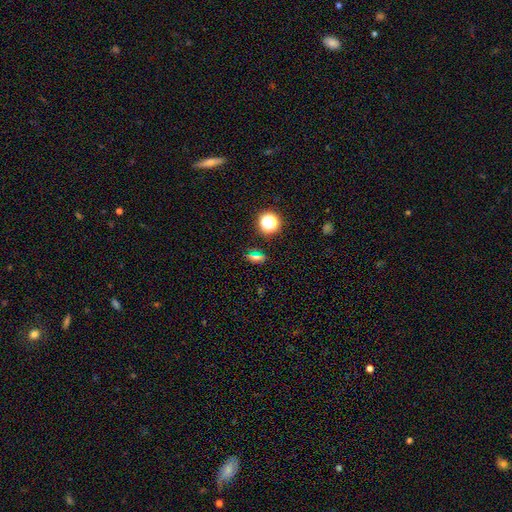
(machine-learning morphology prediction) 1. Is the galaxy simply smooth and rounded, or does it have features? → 51% smooth, 30% star or artifact, 18% featured or disk.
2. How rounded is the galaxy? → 53% in between, 32% round, 15% cigar-shaped.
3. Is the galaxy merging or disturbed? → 86% none, 9% minor disturbance, 3% major disturbance, 2% merger.